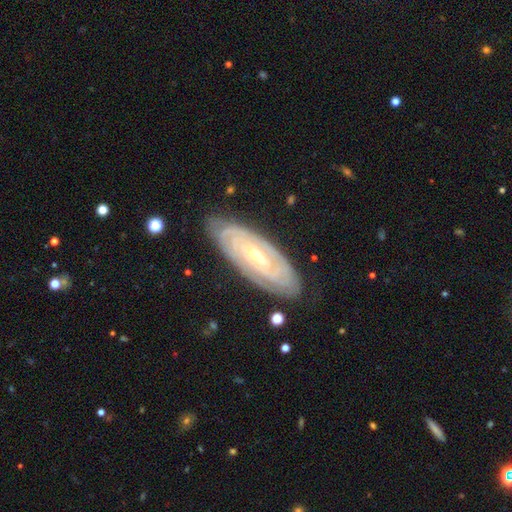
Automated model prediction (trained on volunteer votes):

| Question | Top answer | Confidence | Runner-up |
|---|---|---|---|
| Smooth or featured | featured or disk | 87% | smooth (8%) |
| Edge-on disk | no | 90% | yes (10%) |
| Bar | no | 40% | weak (39%) |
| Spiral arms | yes | 95% | no (5%) |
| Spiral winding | tight | 83% | medium (14%) |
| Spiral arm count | can't tell | 37% | 2 (26%) |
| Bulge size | small | 63% | moderate (34%) |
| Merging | none | 82% | minor disturbance (14%) |